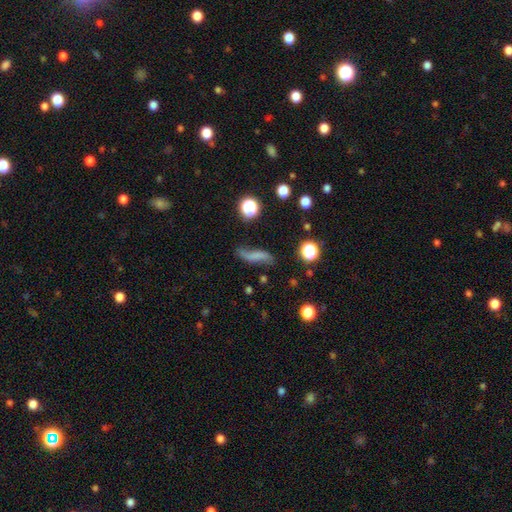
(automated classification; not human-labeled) A smooth galaxy with no disk features (46%).

Vote fractions:
- Smooth or featured? smooth: 46% / featured or disk: 39% / star or artifact: 15%
- Merging? none: 61% / minor disturbance: 24% / major disturbance: 11% / merger: 4%